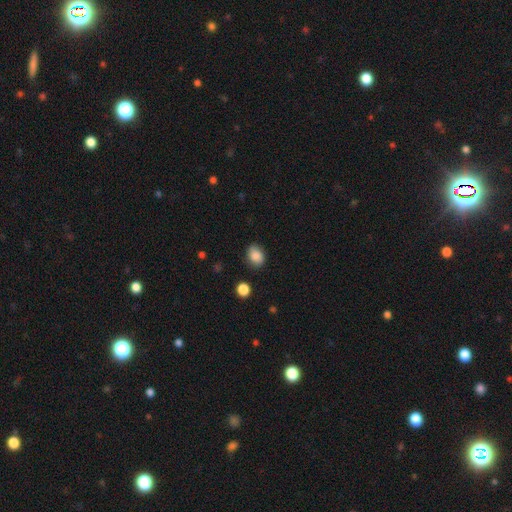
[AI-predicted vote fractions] Overall: smooth (86%). How rounded: in between (58%; round 41%). Merging: none (81%).